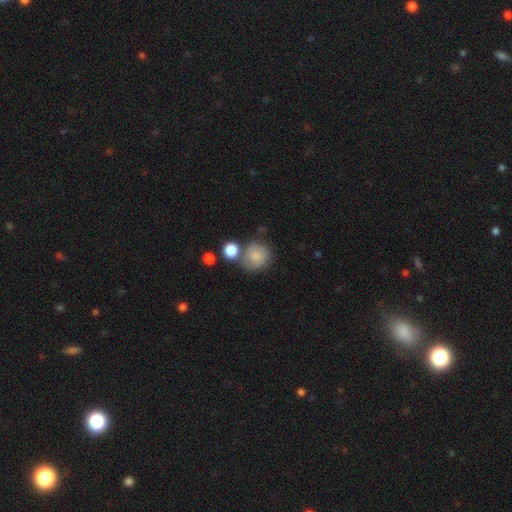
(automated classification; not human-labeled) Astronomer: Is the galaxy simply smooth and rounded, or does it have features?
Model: smooth — 74%.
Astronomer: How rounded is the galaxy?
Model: round — 86%.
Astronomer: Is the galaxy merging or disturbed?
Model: none — 57%.